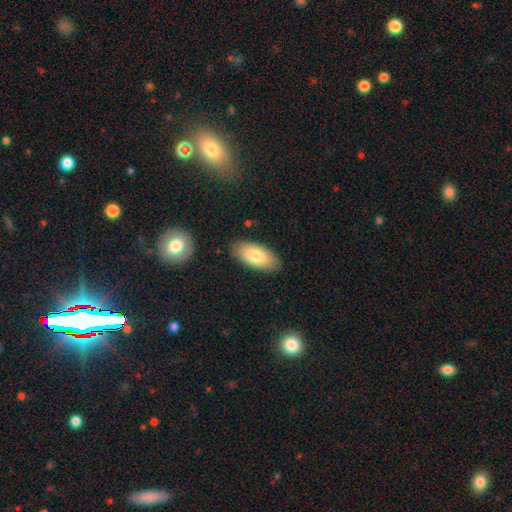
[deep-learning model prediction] smooth 79%, featured or disk 15%, star or artifact 6%. Down the decision tree: how rounded — in between (93%); merging — none (85%).